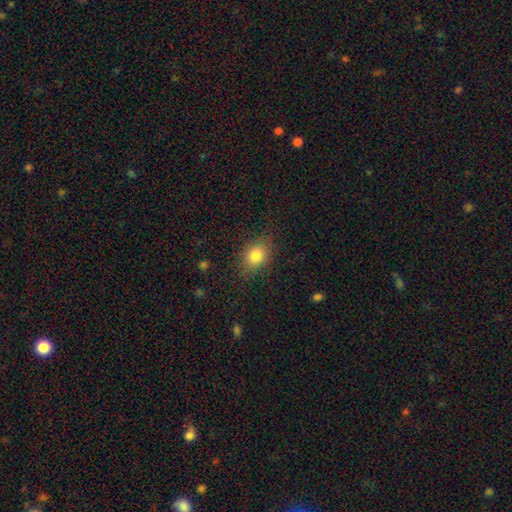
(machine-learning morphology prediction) This is clearly a smooth galaxy (80%). How rounded: possibly in between (58%). Merging: clearly none (80%).